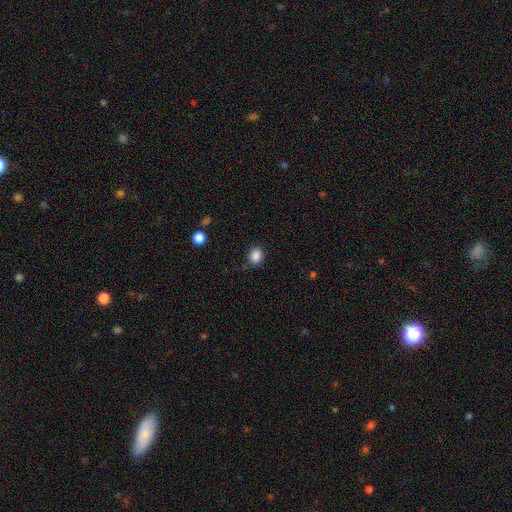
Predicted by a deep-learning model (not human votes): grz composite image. It shows a smooth galaxy with no disk features (87%) that is round (55%). Merging: none (82%).